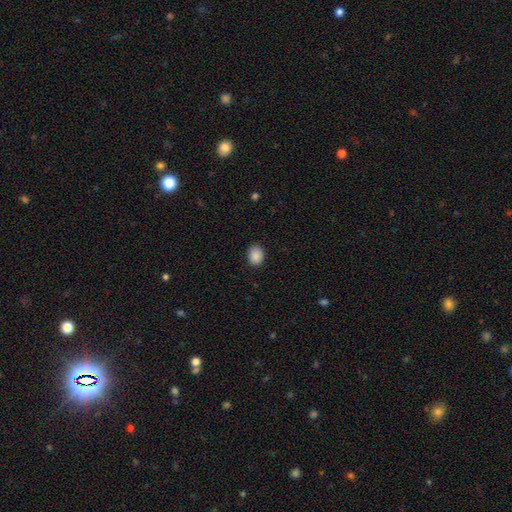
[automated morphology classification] Smooth or featured?
  - smooth: 90% *
  - star or artifact: 8%
  - featured or disk: 3%
How rounded?
  - in between: 63% *
  - round: 36%
  - cigar-shaped: 1%
Merging?
  - none: 89% *
  - minor disturbance: 8%
  - major disturbance: 2%
  - merger: 1%